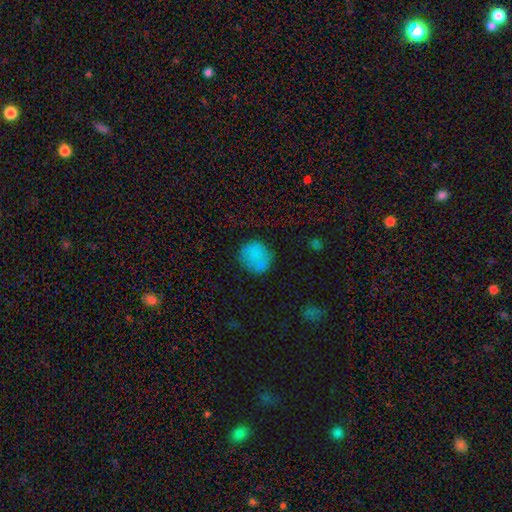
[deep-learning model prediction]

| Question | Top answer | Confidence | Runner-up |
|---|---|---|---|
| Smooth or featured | smooth | 80% | star or artifact (12%) |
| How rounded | round | 87% | in between (12%) |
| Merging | none | 77% | minor disturbance (16%) |